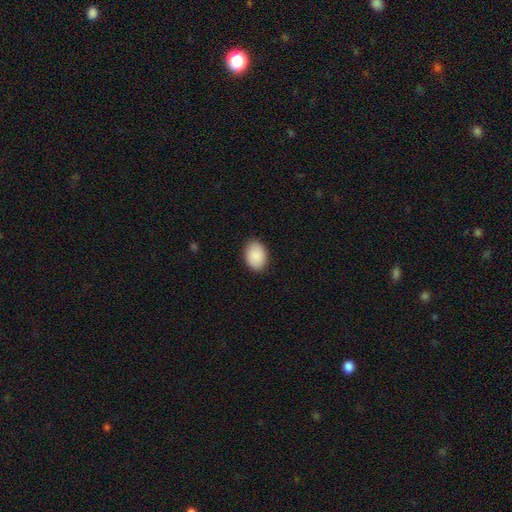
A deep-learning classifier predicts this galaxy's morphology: Smooth or featured?
  - smooth: 90% *
  - star or artifact: 6%
  - featured or disk: 4%
How rounded?
  - in between: 79% *
  - round: 20%
  - cigar-shaped: 1%
Merging?
  - none: 88% *
  - minor disturbance: 9%
  - major disturbance: 2%
  - merger: 1%